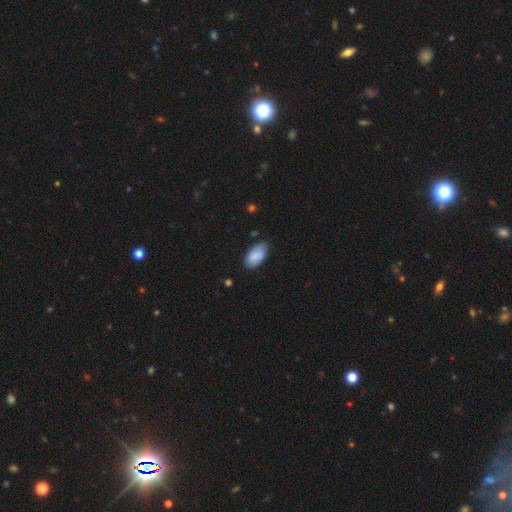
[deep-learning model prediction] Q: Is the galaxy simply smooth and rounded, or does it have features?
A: smooth — 84%.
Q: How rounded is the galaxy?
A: in between — 95%.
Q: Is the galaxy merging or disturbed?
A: none — 70%.